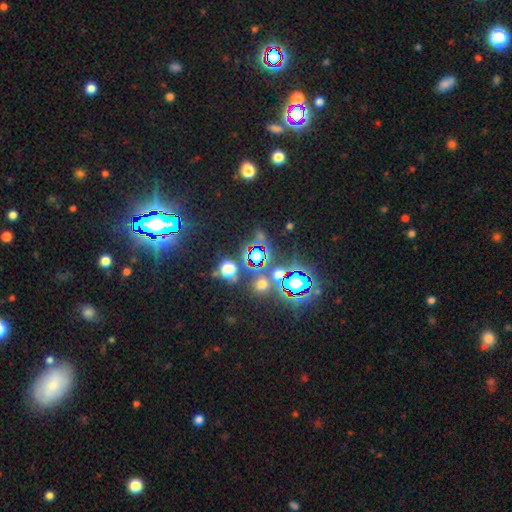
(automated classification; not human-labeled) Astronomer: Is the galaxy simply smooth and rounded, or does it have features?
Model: star or artifact — 70%.